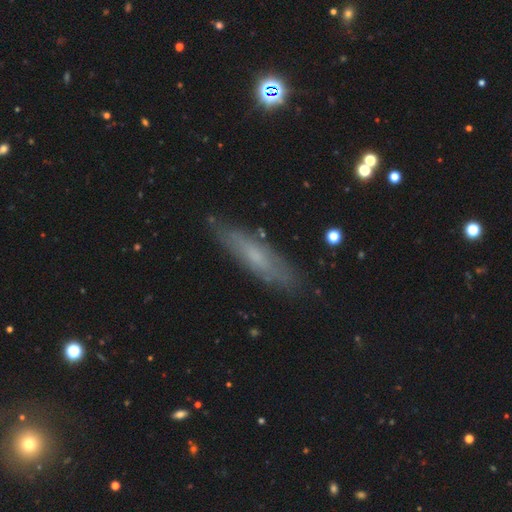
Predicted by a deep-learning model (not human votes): Smooth or featured?
  - smooth: 46% *
  - featured or disk: 45%
  - star or artifact: 9%
Merging?
  - none: 82% *
  - minor disturbance: 13%
  - major disturbance: 3%
  - merger: 2%